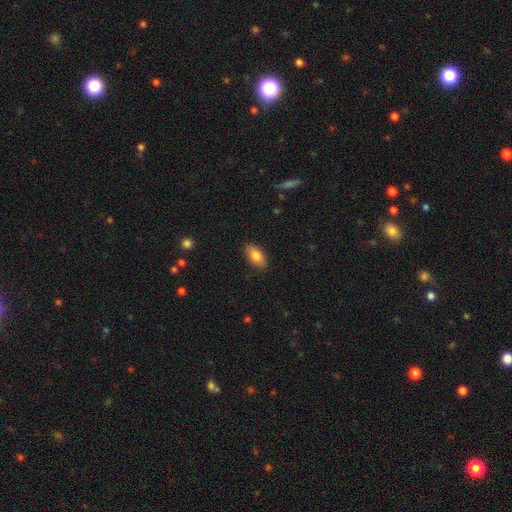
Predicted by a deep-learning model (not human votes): Q: Smooth or featured?
A: smooth (83%); runner-up: featured or disk (10%)
Q: How rounded?
A: in between (91%); runner-up: cigar-shaped (5%)
Q: Merging?
A: none (88%); runner-up: minor disturbance (9%)